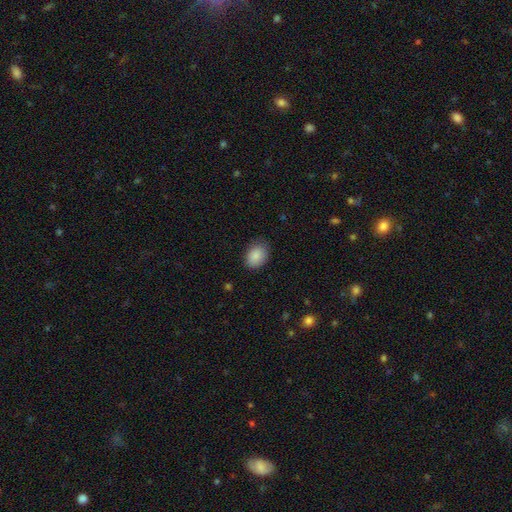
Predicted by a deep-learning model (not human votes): A smooth galaxy with no disk features (88%) that is in between round and cigar-shaped (74%).

Vote fractions:
- Smooth or featured? smooth: 88% / star or artifact: 8% / featured or disk: 5%
- How rounded? in between: 74% / round: 25% / cigar-shaped: 1%
- Merging? none: 79% / minor disturbance: 16% / major disturbance: 3% / merger: 1%